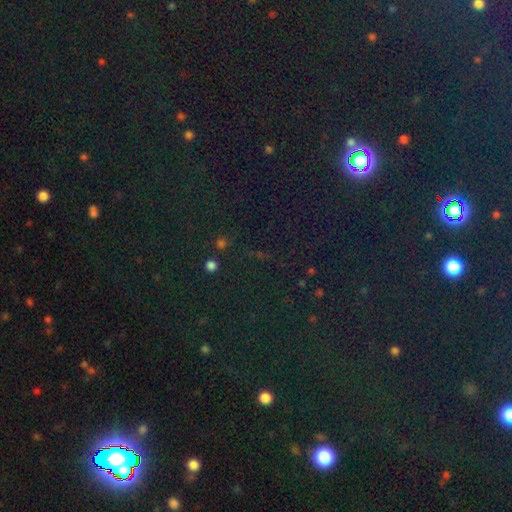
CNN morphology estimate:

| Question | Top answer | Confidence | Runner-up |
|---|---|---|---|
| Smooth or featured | star or artifact | 80% | smooth (13%) |